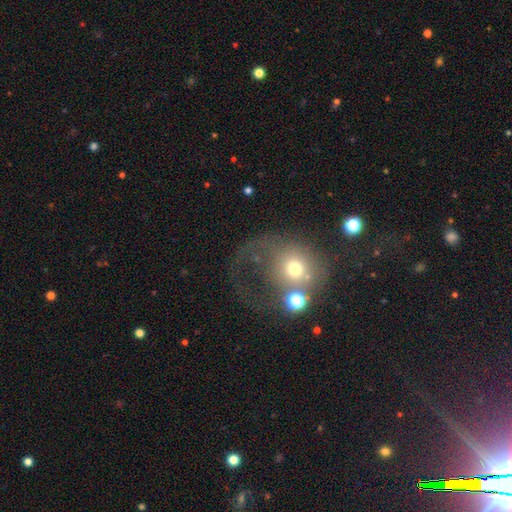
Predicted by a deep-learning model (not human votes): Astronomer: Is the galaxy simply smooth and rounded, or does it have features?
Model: smooth — 42% (runner-up: featured or disk, 40%).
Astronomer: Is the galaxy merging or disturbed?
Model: major disturbance — 38% (runner-up: merger, 28%).